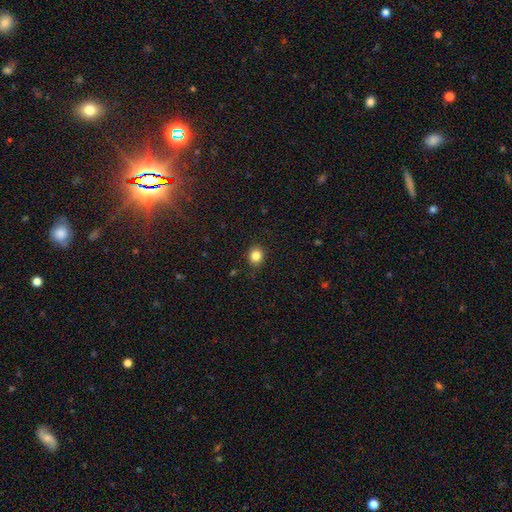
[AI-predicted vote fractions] Smooth or featured? Predicted: smooth (p=0.84). How rounded? Predicted: round (p=0.72). Merging? Predicted: none (p=0.88).